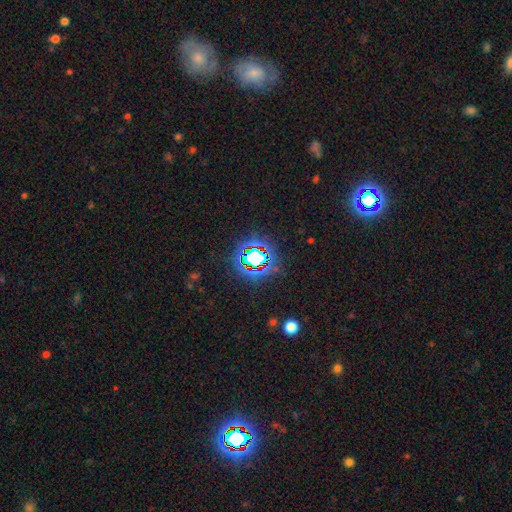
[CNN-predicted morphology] star or artifact 70%, smooth 18%, featured or disk 11%.